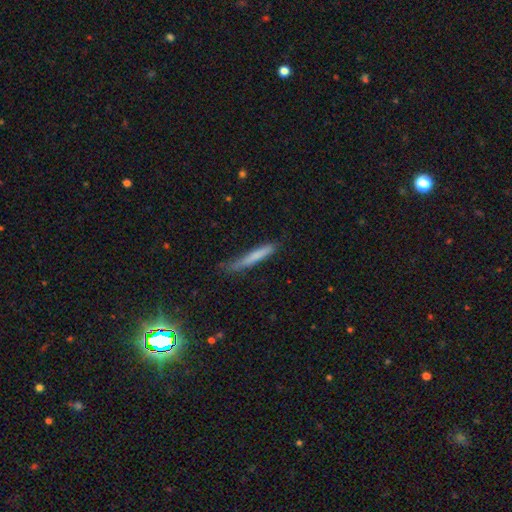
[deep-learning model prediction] The model was most divided on "merging": none: 64%, minor disturbance: 26%, major disturbance: 7%, merger: 2%. More confident: how rounded — cigar-shaped (95%); smooth or featured — smooth (70%).